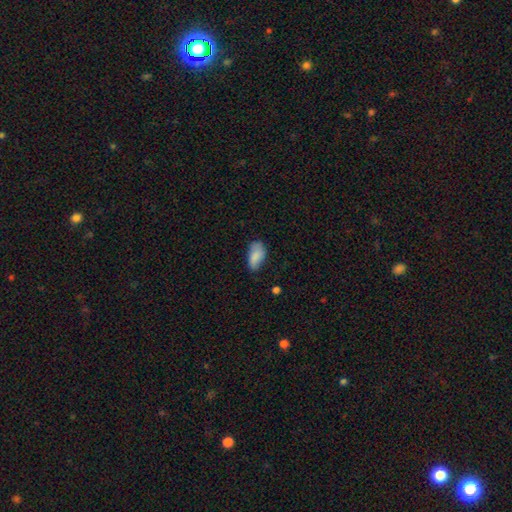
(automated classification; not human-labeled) Morphology: type=smooth (85%); roundness=in between (93%); merging=none (61%).